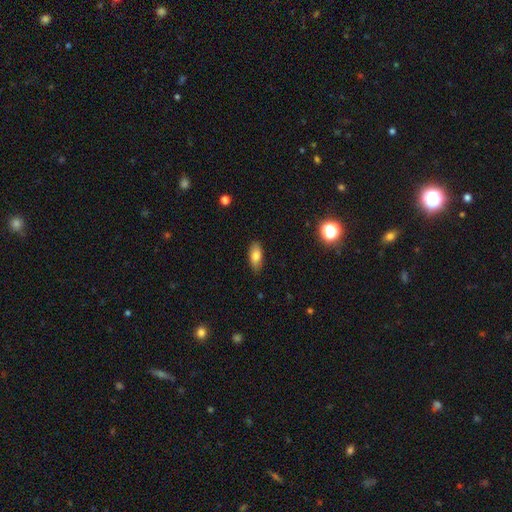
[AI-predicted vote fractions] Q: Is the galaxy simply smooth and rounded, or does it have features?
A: smooth — 79%.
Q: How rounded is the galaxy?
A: in between — 84%.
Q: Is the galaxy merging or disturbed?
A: none — 85%.